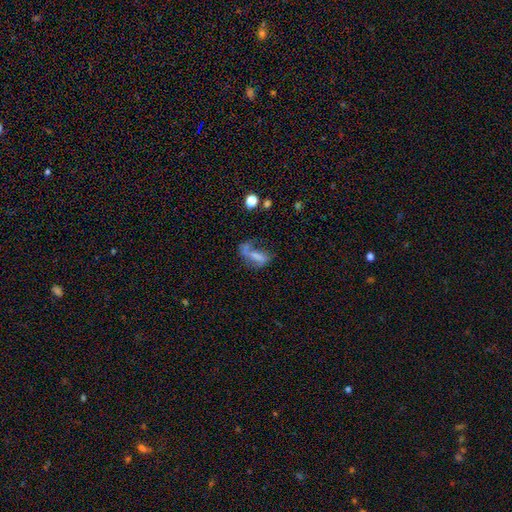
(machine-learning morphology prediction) Smooth or featured?
  - smooth: 51% *
  - featured or disk: 35%
  - star or artifact: 14%
How rounded?
  - in between: 63% *
  - cigar-shaped: 31%
  - round: 6%
Merging?
  - major disturbance: 31% *
  - none: 26%
  - merger: 23%
  - minor disturbance: 19%